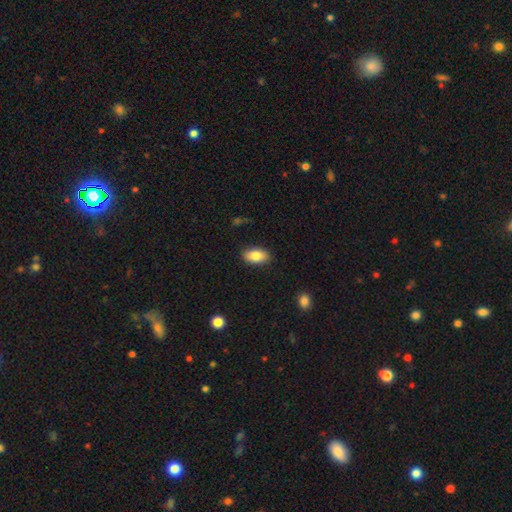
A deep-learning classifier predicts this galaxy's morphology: type=smooth (83%); roundness=in between (92%); merging=none (87%).